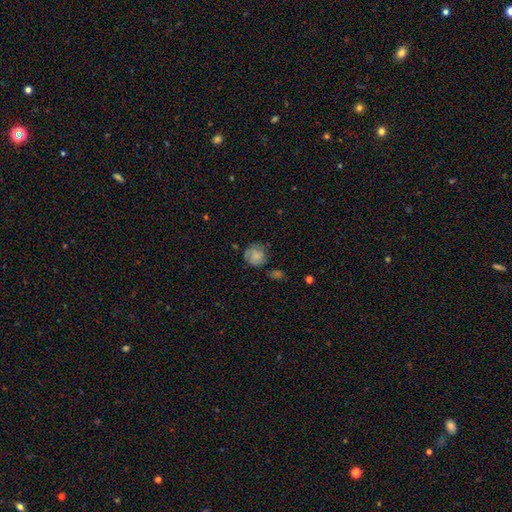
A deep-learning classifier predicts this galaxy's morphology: Smooth or featured? Predicted: smooth (p=0.65). How rounded? Predicted: round (p=0.79). Merging? Predicted: none (p=0.60).